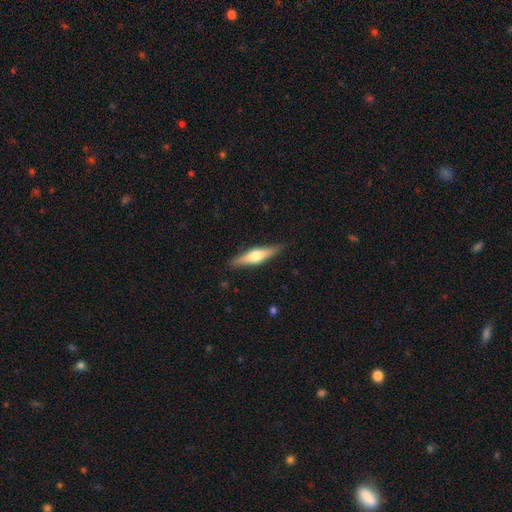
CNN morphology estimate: The model was most divided on "smooth or featured": featured or disk: 55%, smooth: 39%, star or artifact: 6%. More confident: edge-on disk — yes (95%); edge-on bulge — rounded (92%); merging — none (88%).